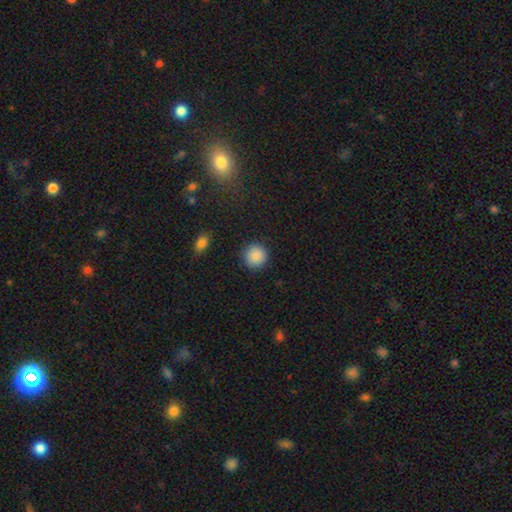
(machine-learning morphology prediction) This appears to be a smooth galaxy with no disk features (88%) that is round (94%). Merging: none (90%).